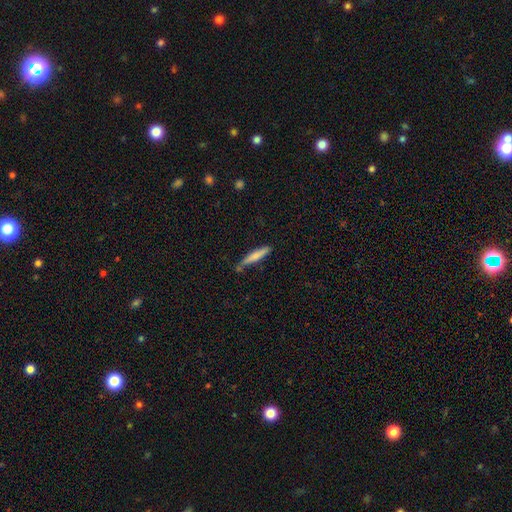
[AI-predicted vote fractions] Smooth or featured? Predicted: smooth (p=0.73). How rounded? Predicted: cigar-shaped (p=0.90). Merging? Predicted: none (p=0.68).